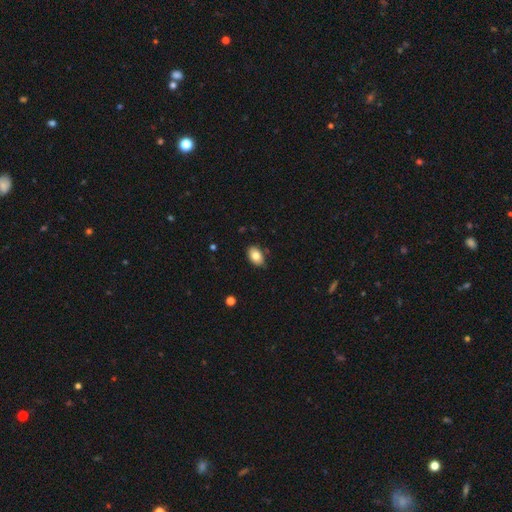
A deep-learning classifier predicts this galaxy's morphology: Q: Smooth or featured?
A: smooth (80%); runner-up: featured or disk (12%)
Q: How rounded?
A: in between (87%); runner-up: round (11%)
Q: Merging?
A: none (83%); runner-up: minor disturbance (13%)